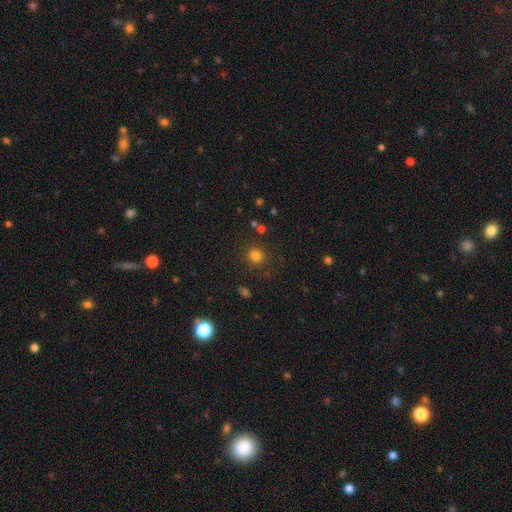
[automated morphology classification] A smooth galaxy with no disk features (79%) that is round (91%).

Vote fractions:
- Smooth or featured? smooth: 79% / star or artifact: 15% / featured or disk: 5%
- How rounded? round: 91% / in between: 8% / cigar-shaped: 1%
- Merging? none: 85% / minor disturbance: 9% / major disturbance: 4% / merger: 3%